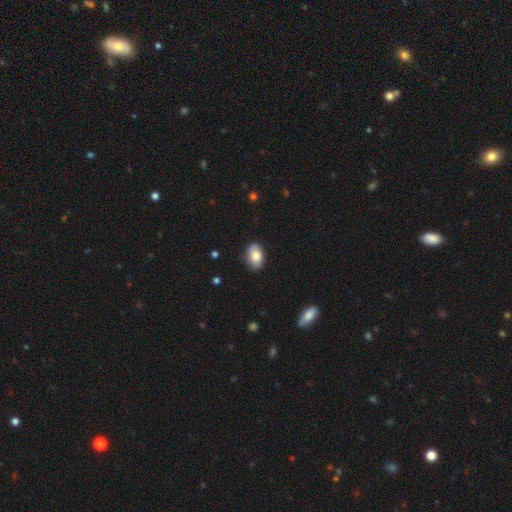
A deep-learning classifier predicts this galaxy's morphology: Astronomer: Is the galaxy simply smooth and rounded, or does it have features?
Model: smooth — 77%.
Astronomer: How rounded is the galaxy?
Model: in between — 85%.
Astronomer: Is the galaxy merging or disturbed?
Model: none — 80%.